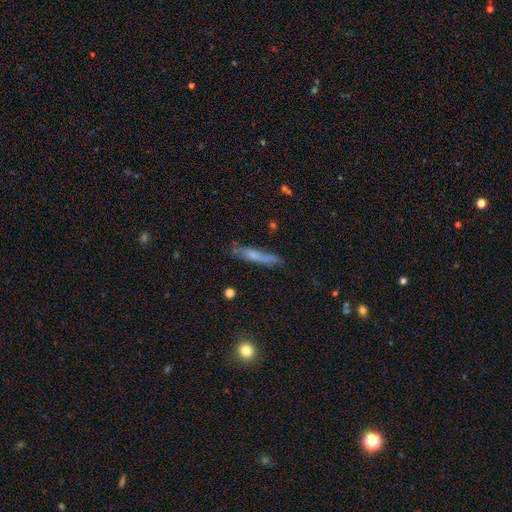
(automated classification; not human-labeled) The model was most divided on "smooth or featured": smooth: 54%, featured or disk: 38%, star or artifact: 8%. More confident: how rounded — cigar-shaped (89%); merging — none (73%).